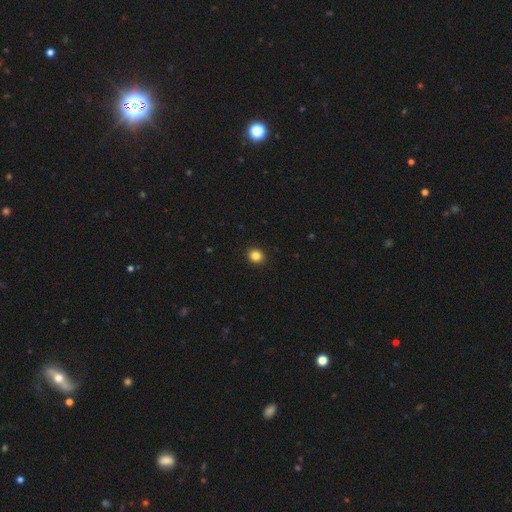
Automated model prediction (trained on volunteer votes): A smooth galaxy with no disk features (85%) that is round (77%).

Vote fractions:
- Smooth or featured? smooth: 85% / star or artifact: 11% / featured or disk: 4%
- How rounded? round: 77% / in between: 22% / cigar-shaped: 1%
- Merging? none: 92% / minor disturbance: 5% / major disturbance: 2% / merger: 1%